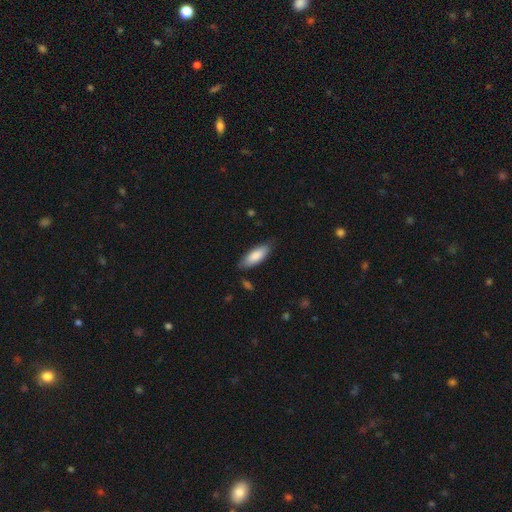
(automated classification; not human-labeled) A smooth galaxy with no disk features (85%) that is in between round and cigar-shaped (68%).

Vote fractions:
- Smooth or featured? smooth: 85% / featured or disk: 10% / star or artifact: 5%
- How rounded? in between: 68% / cigar-shaped: 30% / round: 1%
- Merging? none: 81% / minor disturbance: 15% / major disturbance: 3% / merger: 2%